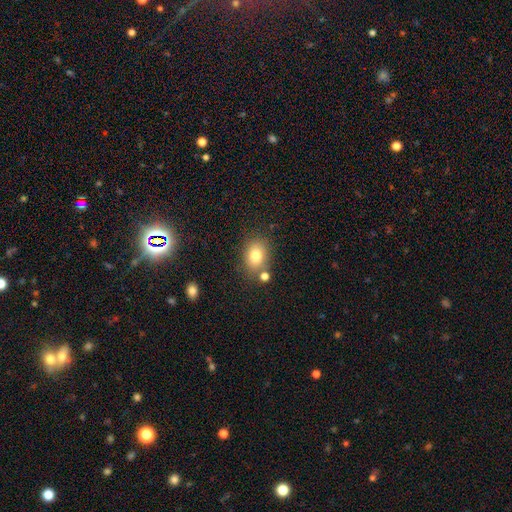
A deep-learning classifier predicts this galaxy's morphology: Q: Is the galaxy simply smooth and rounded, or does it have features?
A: smooth — 79%.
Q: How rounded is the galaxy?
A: in between — 65%.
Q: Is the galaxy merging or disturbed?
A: none — 72%.